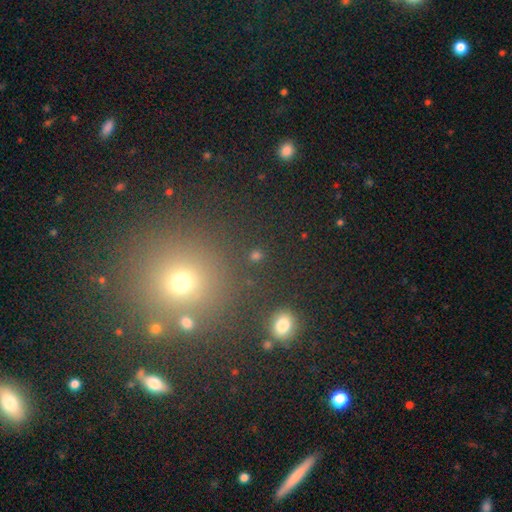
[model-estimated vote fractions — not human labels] The model was most divided on "smooth or featured": smooth: 67%, star or artifact: 26%, featured or disk: 7%. More confident: how rounded — round (86%); merging — none (84%).